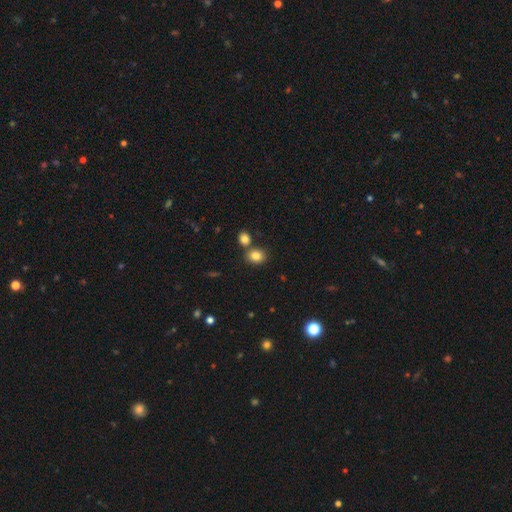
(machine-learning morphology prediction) Q: Smooth or featured?
A: smooth (83%); runner-up: star or artifact (10%)
Q: How rounded?
A: round (63%); runner-up: in between (36%)
Q: Merging?
A: none (67%); runner-up: merger (22%)